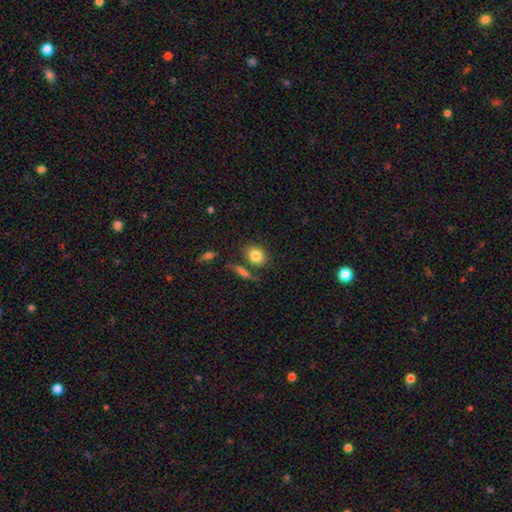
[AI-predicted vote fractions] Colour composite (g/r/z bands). It shows a smooth galaxy with no disk features (83%) that is in between round and cigar-shaped (51%). Merging: none (71%).